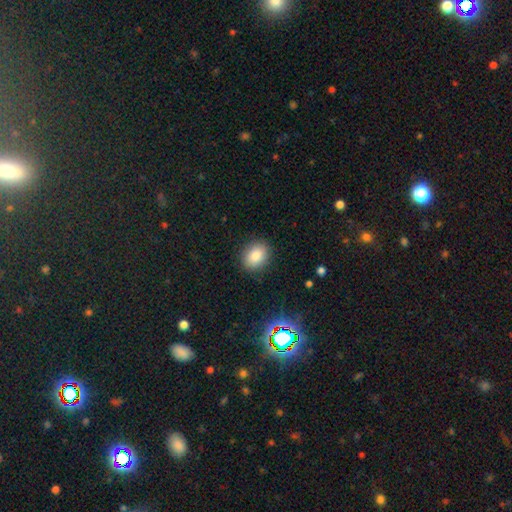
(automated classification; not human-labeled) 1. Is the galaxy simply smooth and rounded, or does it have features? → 86% smooth, 9% star or artifact, 5% featured or disk.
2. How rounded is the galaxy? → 55% in between, 44% round, 1% cigar-shaped.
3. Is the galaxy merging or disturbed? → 88% none, 9% minor disturbance, 3% major disturbance, 1% merger.